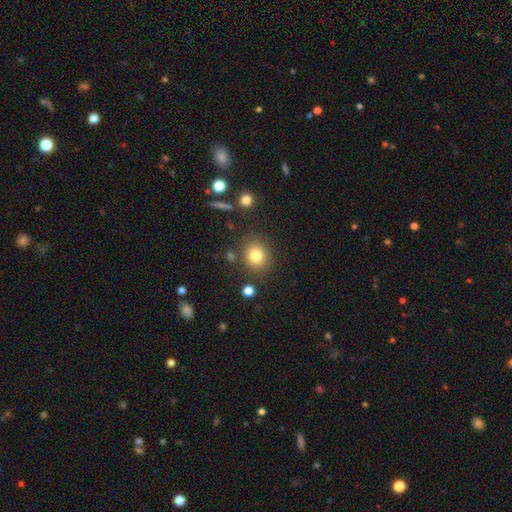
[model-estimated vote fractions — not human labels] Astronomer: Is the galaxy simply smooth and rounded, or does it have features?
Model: smooth — 81%.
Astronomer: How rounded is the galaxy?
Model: round — 73%.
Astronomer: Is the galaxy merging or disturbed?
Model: none — 82%.